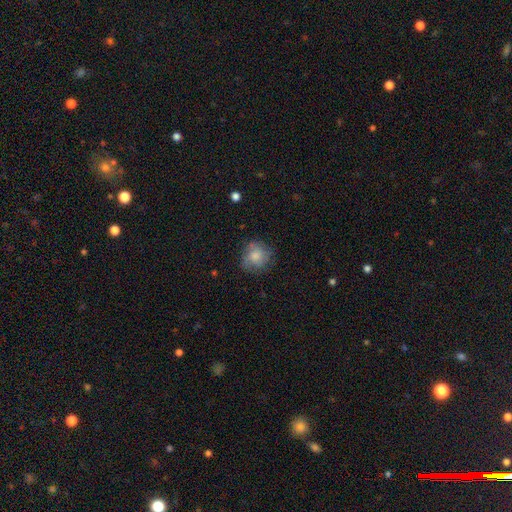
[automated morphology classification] smooth 73%, featured or disk 19%, star or artifact 8%. Down the decision tree: how rounded — round (87%); merging — none (70%).